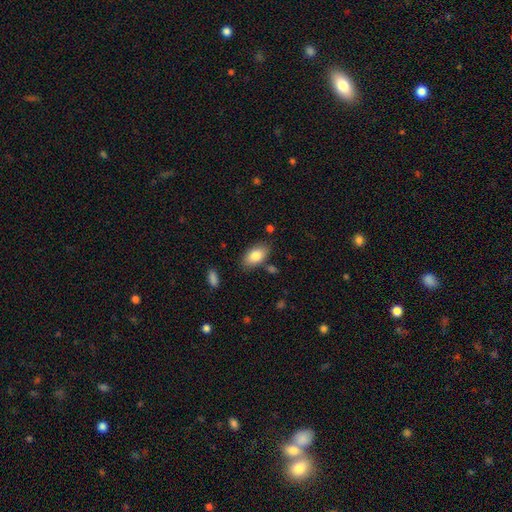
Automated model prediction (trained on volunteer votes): smooth-or-featured: smooth: 82% | featured or disk: 11% | star or artifact: 7%
  how-rounded: in between: 92% | round: 5% | cigar-shaped: 3%
  merging: none: 79% | minor disturbance: 14% | merger: 4% | major disturbance: 3%